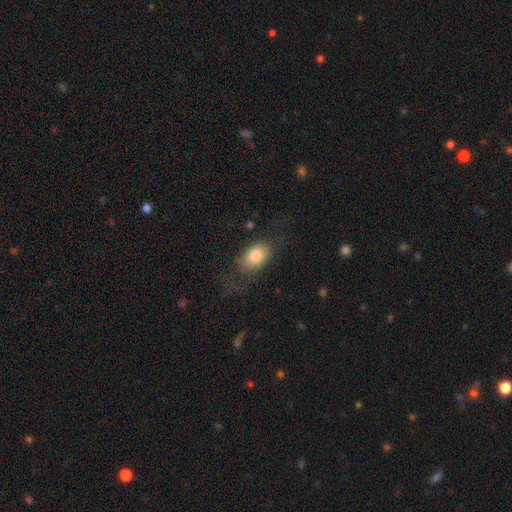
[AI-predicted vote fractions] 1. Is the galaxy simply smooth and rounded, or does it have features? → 78% smooth, 14% featured or disk, 8% star or artifact.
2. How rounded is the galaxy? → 86% in between, 13% round, 2% cigar-shaped.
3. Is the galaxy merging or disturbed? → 63% none, 19% minor disturbance, 16% major disturbance, 2% merger.